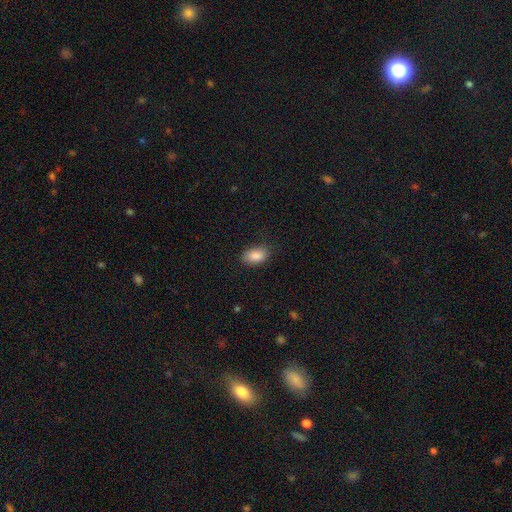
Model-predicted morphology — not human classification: The model was most divided on "merging": none: 83%, minor disturbance: 13%, major disturbance: 3%, merger: 1%. More confident: how rounded — in between (91%); smooth or featured — smooth (88%).